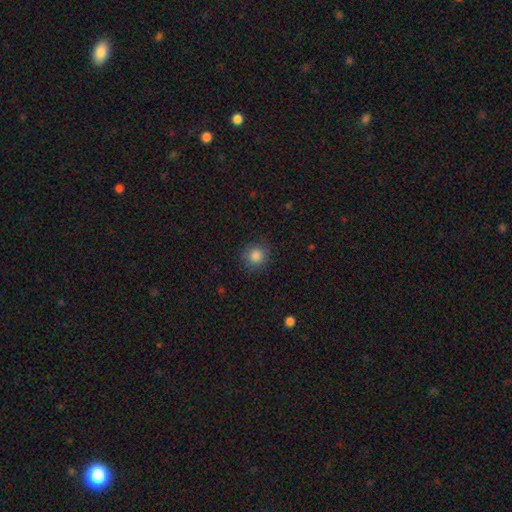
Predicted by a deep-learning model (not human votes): Overall: smooth (86%). How rounded: round (92%). Merging: none (88%).